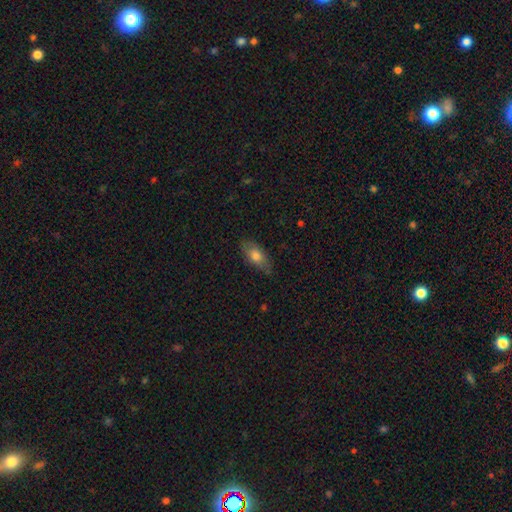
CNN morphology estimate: smooth-or-featured: smooth: 74% | featured or disk: 19% | star or artifact: 7%
  how-rounded: in between: 86% | cigar-shaped: 10% | round: 4%
  merging: none: 77% | minor disturbance: 18% | major disturbance: 4% | merger: 1%